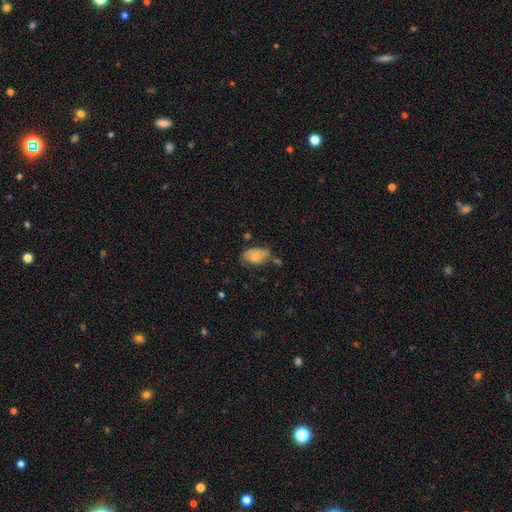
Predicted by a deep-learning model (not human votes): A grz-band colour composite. It shows a smooth galaxy with no disk features (70%) that is in between round and cigar-shaped (91%). Merging: none (43%).